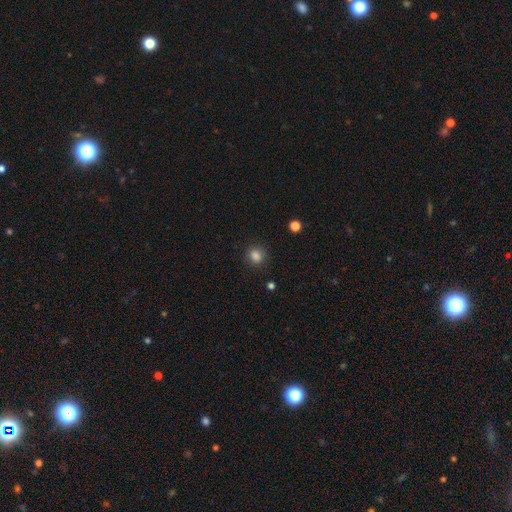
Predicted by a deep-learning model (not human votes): Smooth or featured? smooth (84%)
How rounded? round (77%)
Merging? none (86%)